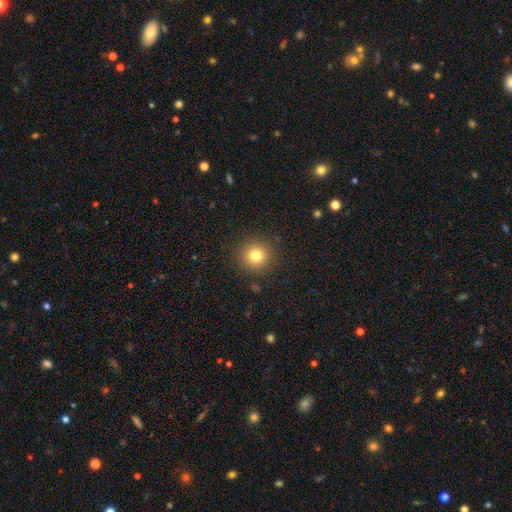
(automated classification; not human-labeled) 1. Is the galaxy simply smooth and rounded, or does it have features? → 80% smooth, 13% star or artifact, 7% featured or disk.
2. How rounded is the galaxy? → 93% round, 6% in between, 1% cigar-shaped.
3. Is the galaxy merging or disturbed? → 89% none, 7% minor disturbance, 3% major disturbance, 1% merger.